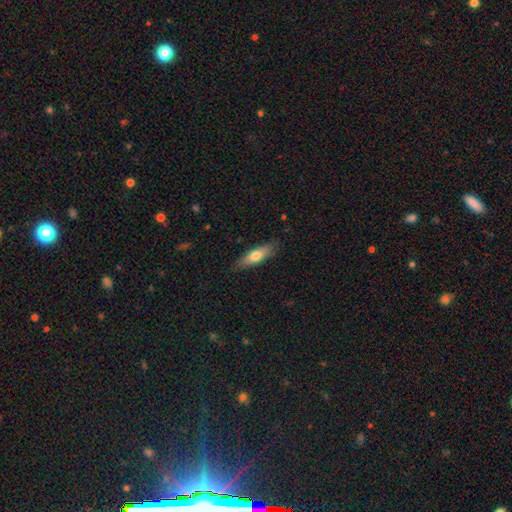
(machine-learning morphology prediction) Smooth or featured? Predicted: smooth (p=0.68). How rounded? Predicted: cigar-shaped (p=0.52). Merging? Predicted: none (p=0.83).